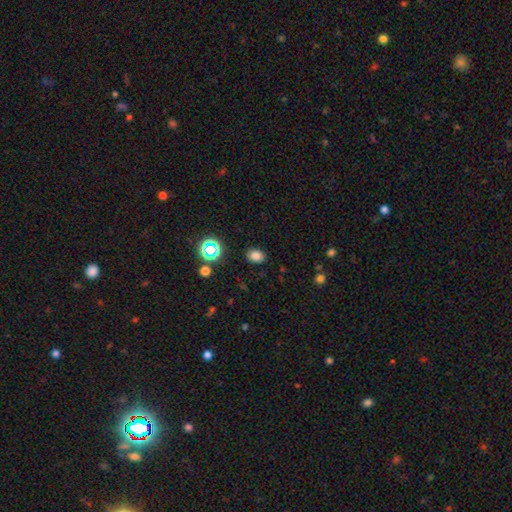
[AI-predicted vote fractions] Smooth or featured: smooth — 77% (star or artifact — 17%)
How rounded: in between — 65% (round — 34%)
Merging: none — 86% (minor disturbance — 9%)